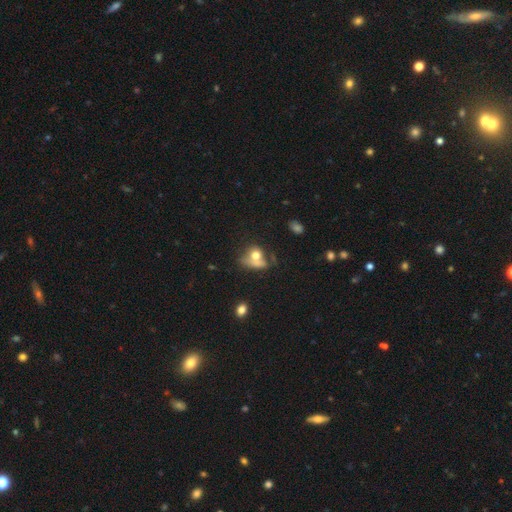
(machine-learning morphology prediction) type=smooth (66%); roundness=round (53%); merging=none (29%, tied with merger).